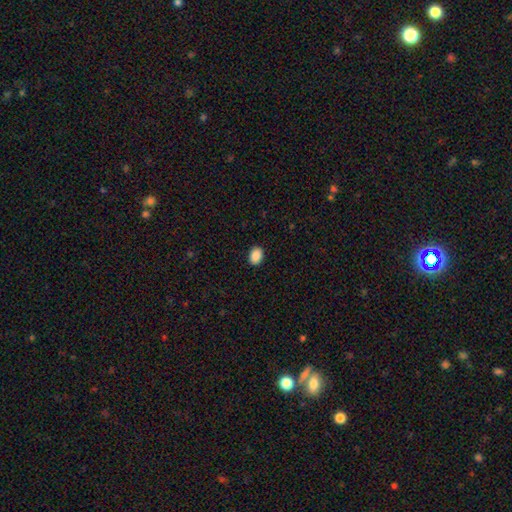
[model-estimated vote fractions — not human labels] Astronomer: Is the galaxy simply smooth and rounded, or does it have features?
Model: smooth — 90%.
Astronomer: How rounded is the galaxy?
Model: in between — 76%.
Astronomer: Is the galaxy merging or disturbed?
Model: none — 90%.